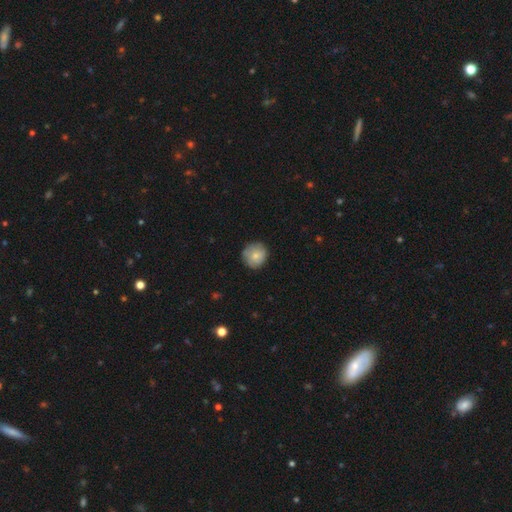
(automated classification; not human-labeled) Smooth or featured?
  - smooth: 75% *
  - featured or disk: 18%
  - star or artifact: 7%
How rounded?
  - round: 88% *
  - in between: 11%
  - cigar-shaped: 1%
Merging?
  - none: 80% *
  - minor disturbance: 16%
  - major disturbance: 3%
  - merger: 1%